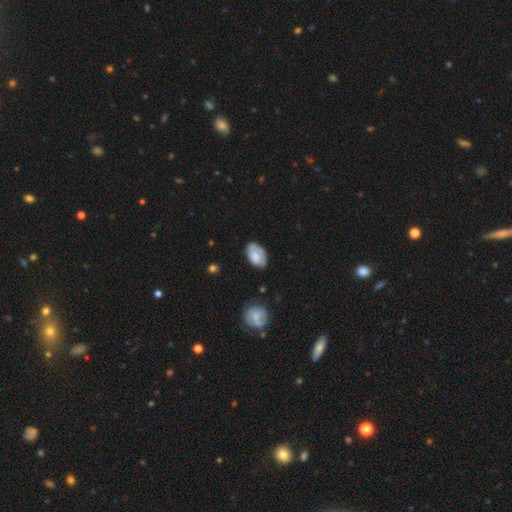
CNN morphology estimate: This appears to be a smooth galaxy with no disk features (66%) that is in between round and cigar-shaped (92%). Merging: none (61%).